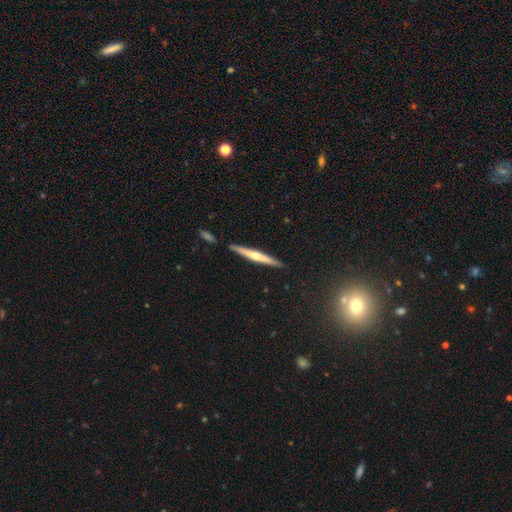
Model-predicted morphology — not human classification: A featured or disk galaxy (58%) viewed edge-on (97%) with a rounded central bulge (72%). Merging: none (88%).